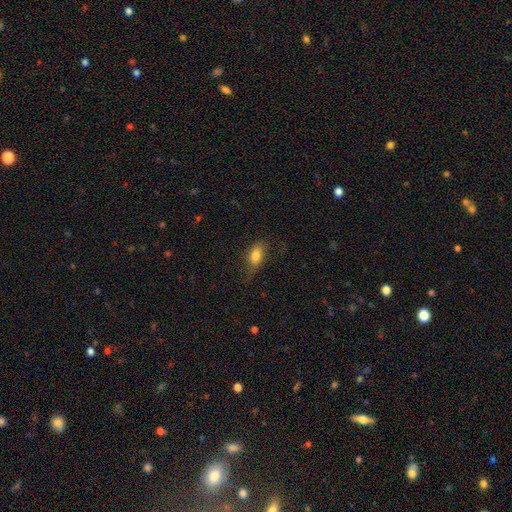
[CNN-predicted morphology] smooth-or-featured: smooth: 76% | featured or disk: 15% | star or artifact: 9%
  how-rounded: in between: 84% | round: 9% | cigar-shaped: 7%
  merging: none: 62% | minor disturbance: 24% | major disturbance: 12% | merger: 1%